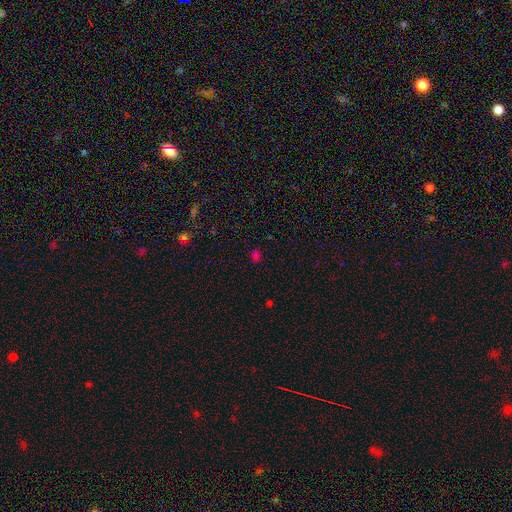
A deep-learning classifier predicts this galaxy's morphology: Smooth or featured?
  - smooth: 48% *
  - star or artifact: 44%
  - featured or disk: 8%
Merging?
  - none: 75% *
  - minor disturbance: 12%
  - merger: 7%
  - major disturbance: 5%